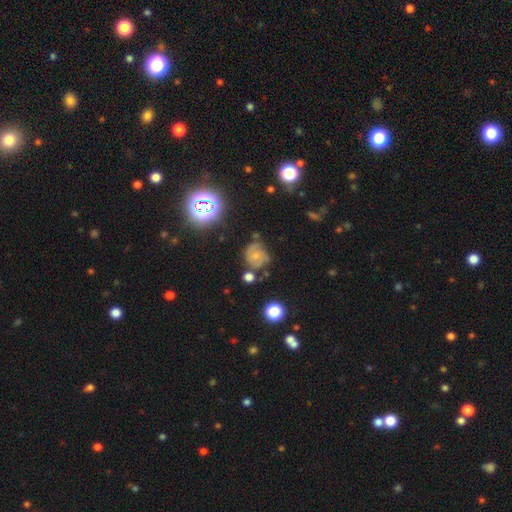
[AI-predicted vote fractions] A featured or disk galaxy (50%). Merging: none (51%).